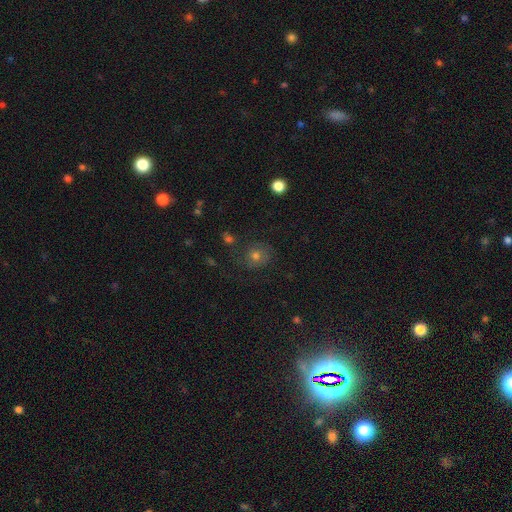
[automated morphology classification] smooth_or_featured: smooth (p=0.60) [alt: featured or disk p=0.21]
how_rounded: round (p=0.83) [alt: in between p=0.16]
merging: none (p=0.72) [alt: minor disturbance p=0.16]